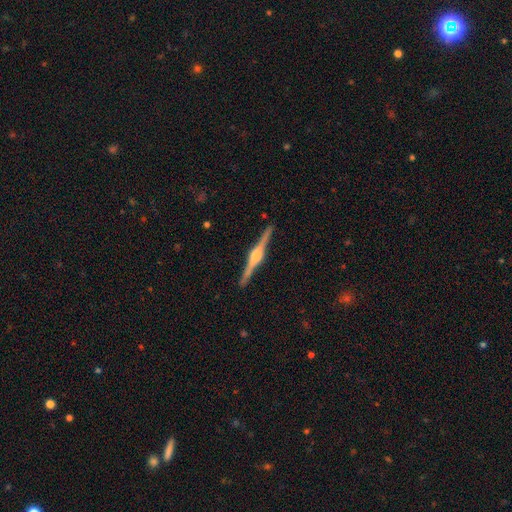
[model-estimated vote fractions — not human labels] Smooth or featured: featured or disk — 87% (smooth — 8%)
Edge-on disk: yes — 99% (no — 1%)
Edge-on bulge: rounded — 82% (boxy — 15%)
Merging: none — 91% (minor disturbance — 6%)